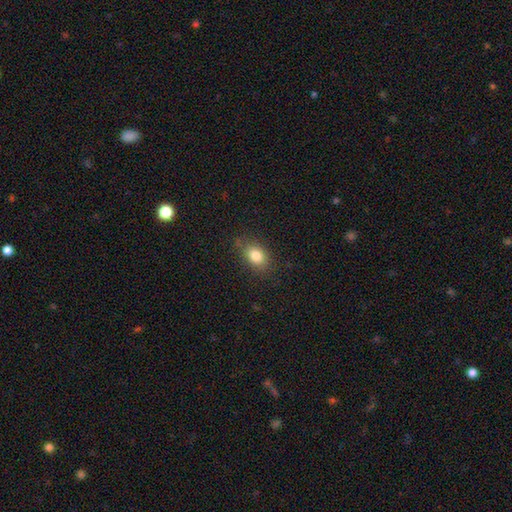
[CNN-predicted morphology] Overall: smooth (83%). How rounded: in between (75%). Merging: none (78%).